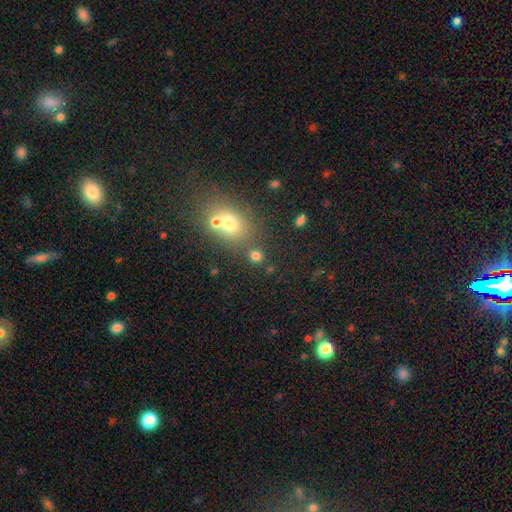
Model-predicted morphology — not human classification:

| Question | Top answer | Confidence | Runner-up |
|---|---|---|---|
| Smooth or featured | smooth | 76% | star or artifact (16%) |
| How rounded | round | 80% | in between (19%) |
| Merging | none | 65% | merger (21%) |